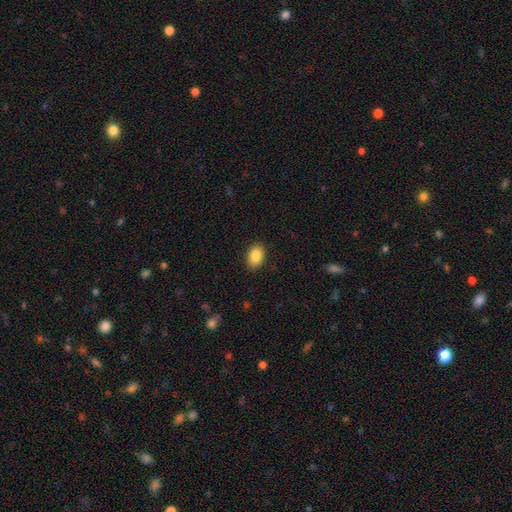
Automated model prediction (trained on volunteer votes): Smooth or featured? smooth (87%)
How rounded? in between (83%)
Merging? none (89%)